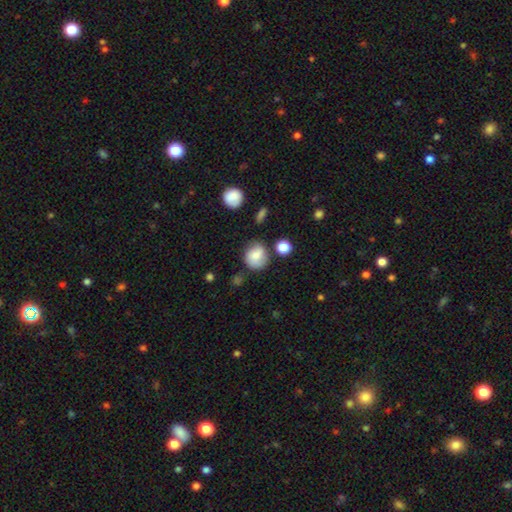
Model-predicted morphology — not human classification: smooth-or-featured: smooth: 68% | featured or disk: 23% | star or artifact: 9%
  how-rounded: round: 76% | in between: 23% | cigar-shaped: 1%
  merging: none: 63% | minor disturbance: 24% | major disturbance: 8% | merger: 6%